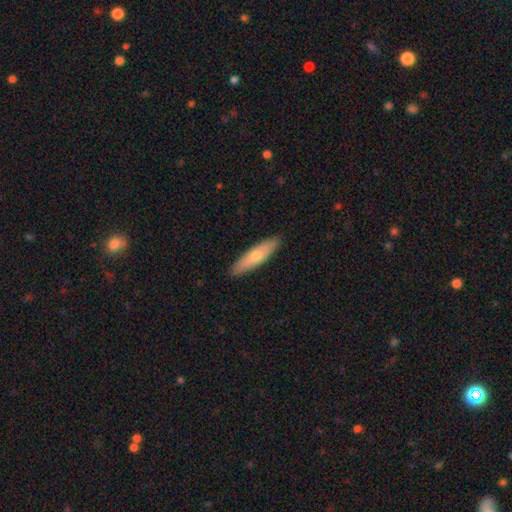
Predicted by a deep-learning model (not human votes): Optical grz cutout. It shows a smooth galaxy with no disk features (61%) that is cigar-shaped (71%). Merging: none (90%).